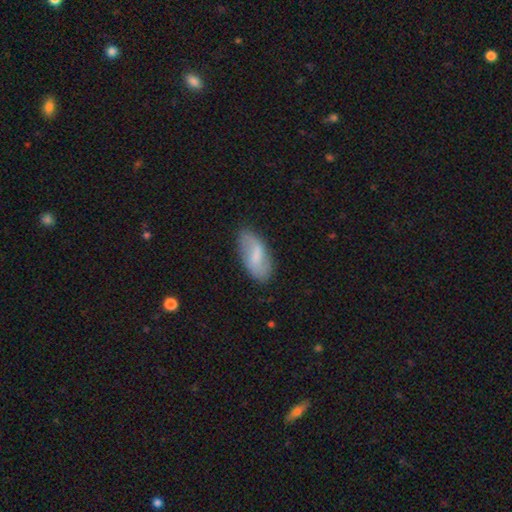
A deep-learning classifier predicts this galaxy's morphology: smooth 56%, featured or disk 37%, star or artifact 7%. Down the decision tree: how rounded — in between (91%); merging — none (76%).